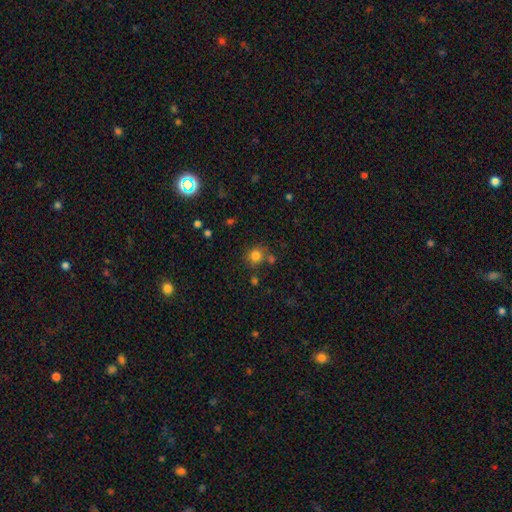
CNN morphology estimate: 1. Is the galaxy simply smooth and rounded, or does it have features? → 80% smooth, 14% star or artifact, 6% featured or disk.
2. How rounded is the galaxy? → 85% round, 14% in between, 1% cigar-shaped.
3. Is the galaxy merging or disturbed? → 71% none, 13% merger, 12% minor disturbance, 4% major disturbance.